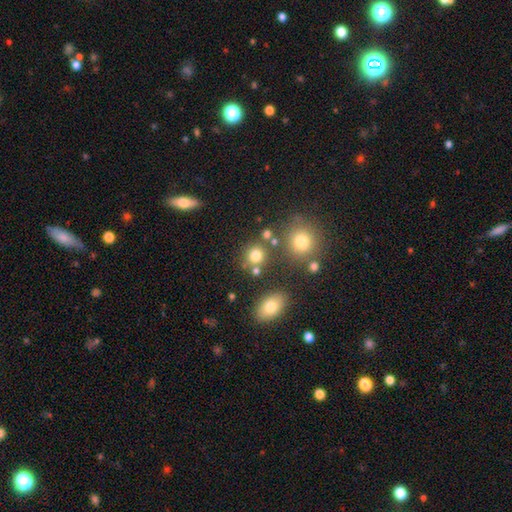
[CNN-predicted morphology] Smooth or featured? Predicted: smooth (p=0.77). How rounded? Predicted: round (p=0.84). Merging? Predicted: none (p=0.74).